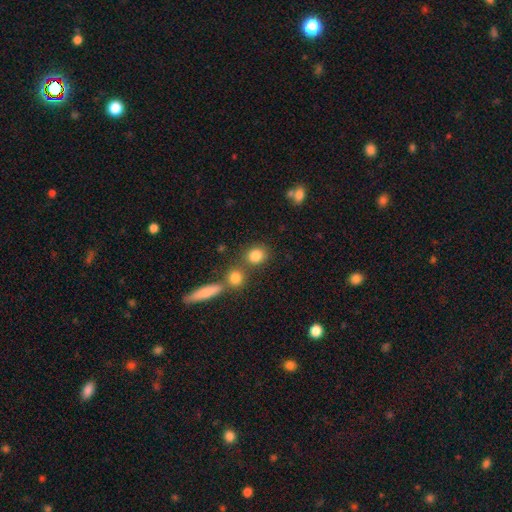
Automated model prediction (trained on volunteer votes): The model was most divided on "merging": none: 66%, merger: 21%, minor disturbance: 9%, major disturbance: 4%. More confident: smooth or featured — smooth (83%); how rounded — round (74%).